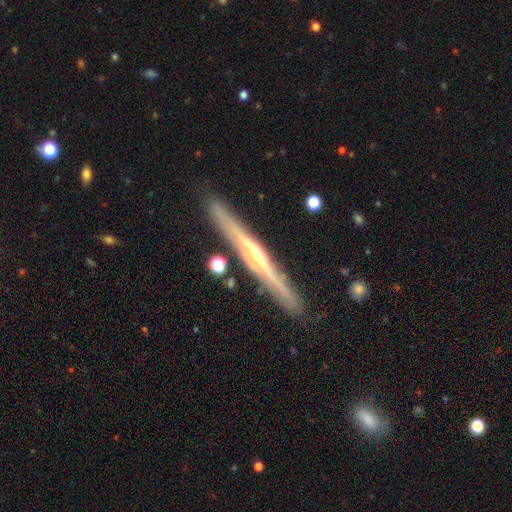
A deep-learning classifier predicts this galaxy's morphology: smooth_or_featured: featured or disk (p=0.78) [alt: smooth p=0.16]
disk_edge_on: yes (p=0.97) [alt: no p=0.03]
edge_on_bulge: rounded (p=0.73) [alt: none p=0.22]
merging: none (p=0.88) [alt: minor disturbance p=0.08]